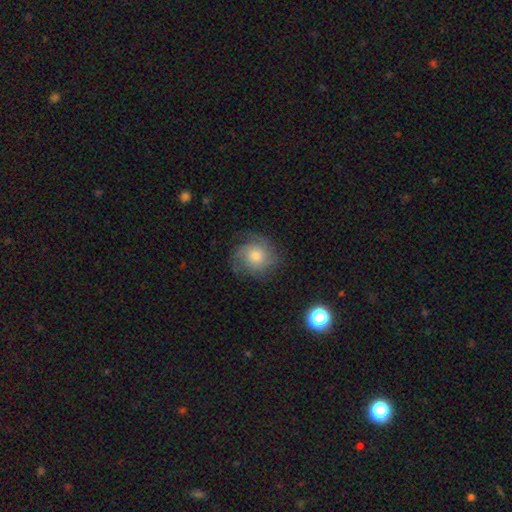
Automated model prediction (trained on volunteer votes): Overall: featured or disk (57%; smooth 33%). Edge-on disk: no (97%). Bar: no (82%). Spiral arms: yes (88%). Bulge size: moderate (58%; small 31%). Merging: none (73%).